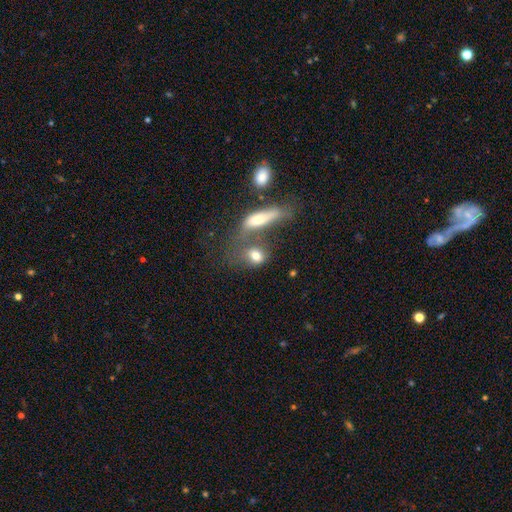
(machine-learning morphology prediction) The model was most divided on "merging": merger: 49%, none: 28%, major disturbance: 12%, minor disturbance: 11%. More confident: smooth or featured — smooth (73%); how rounded — in between (61%).